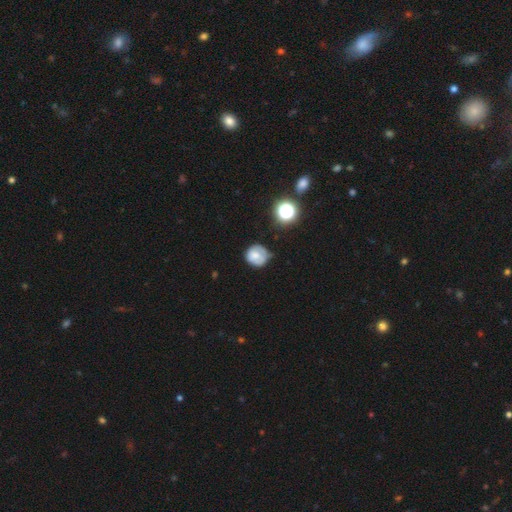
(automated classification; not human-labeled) Morphology: type=smooth (64%); roundness=round (85%); merging=none (59%).